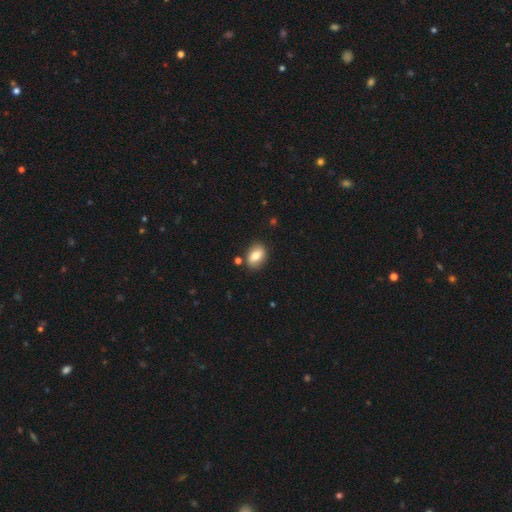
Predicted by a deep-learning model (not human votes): Smooth or featured? Predicted: smooth (p=0.75). How rounded? Predicted: in between (p=0.79). Merging? Predicted: none (p=0.80).